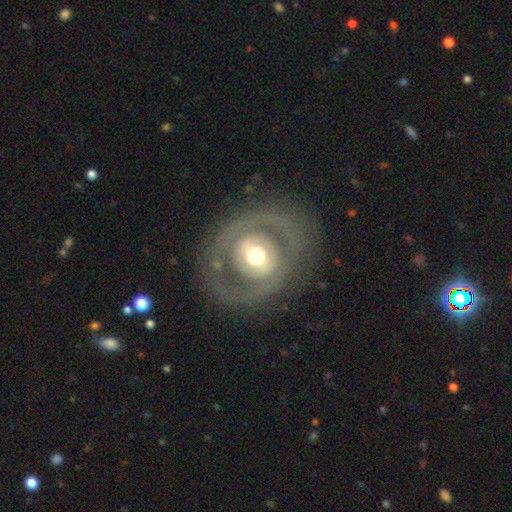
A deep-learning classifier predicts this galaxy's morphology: A featured or disk galaxy (65%) with no bar (74%), no spiral arms (65%) and a moderate central bulge (59%).

Vote fractions:
- Smooth or featured? featured or disk: 65% / smooth: 28% / star or artifact: 7%
- Edge-on disk? no: 95% / yes: 5%
- Bar? no: 74% / weak: 16% / strong: 9%
- Spiral arms? no: 65% / yes: 35%
- Bulge size? moderate: 59% / large: 29% / small: 7% / dominant: 5% / none: 1%
- Merging? none: 75% / major disturbance: 12% / minor disturbance: 12% / merger: 2%